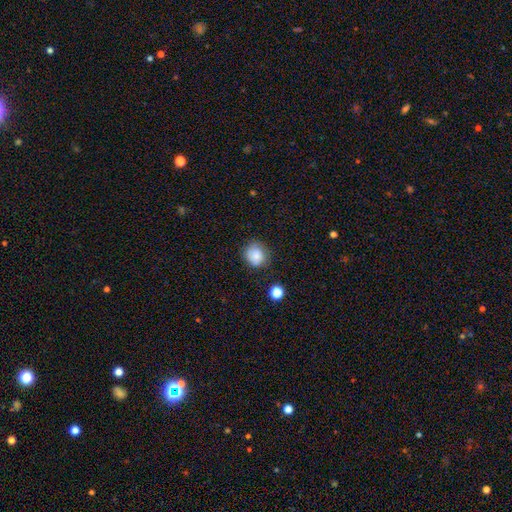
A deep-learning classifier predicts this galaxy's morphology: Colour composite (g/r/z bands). It shows a smooth galaxy with no disk features (81%) that is round (77%). Merging: none (70%).